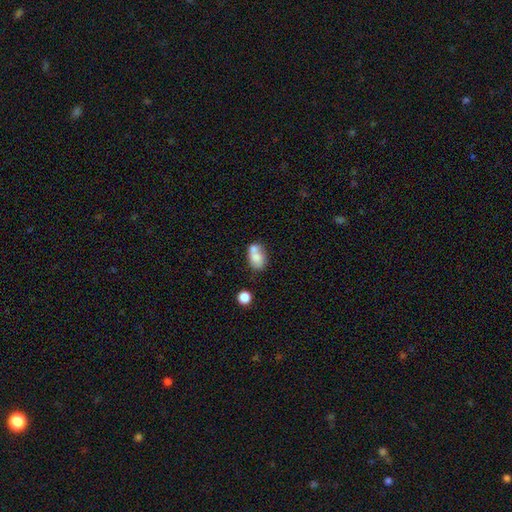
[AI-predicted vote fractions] Q: Smooth or featured?
A: smooth (71%); runner-up: featured or disk (20%)
Q: How rounded?
A: in between (77%); runner-up: round (21%)
Q: Merging?
A: merger (49%); runner-up: none (30%)